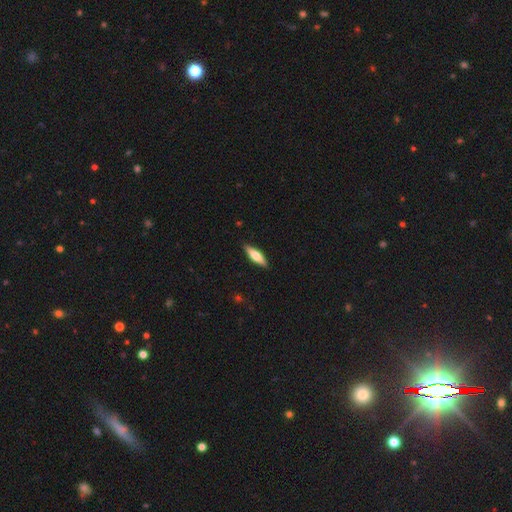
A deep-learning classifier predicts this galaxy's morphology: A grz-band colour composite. It shows a smooth galaxy with no disk features (57%) that is cigar-shaped (63%). Merging: none (89%).